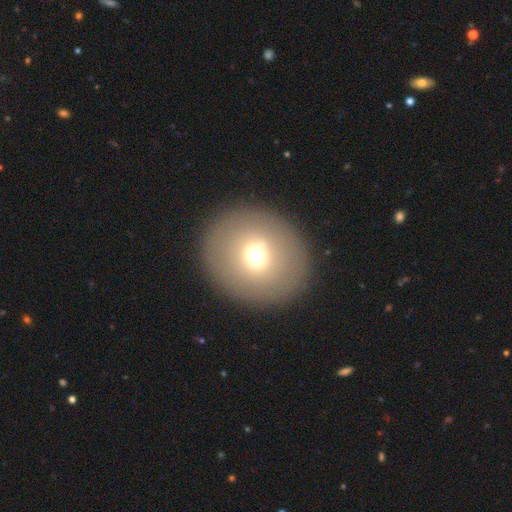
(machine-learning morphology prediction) A smooth galaxy with no disk features (61%) that is round (83%).

Vote fractions:
- Smooth or featured? smooth: 61% / featured or disk: 26% / star or artifact: 13%
- How rounded? round: 83% / in between: 16% / cigar-shaped: 1%
- Merging? none: 87% / minor disturbance: 7% / major disturbance: 4% / merger: 1%